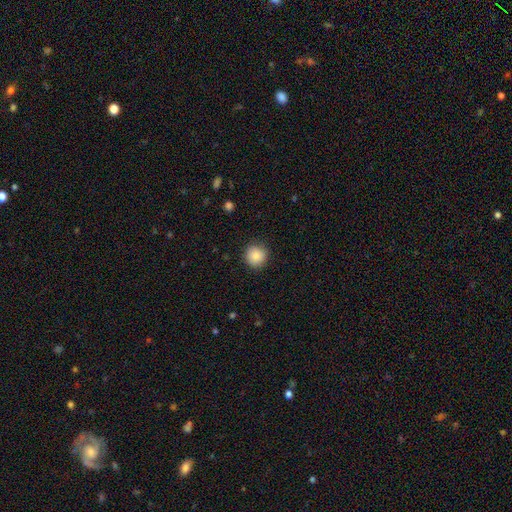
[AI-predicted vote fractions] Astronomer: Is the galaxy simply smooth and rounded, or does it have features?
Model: smooth — 86%.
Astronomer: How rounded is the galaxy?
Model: round — 93%.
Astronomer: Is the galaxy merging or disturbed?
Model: none — 88%.